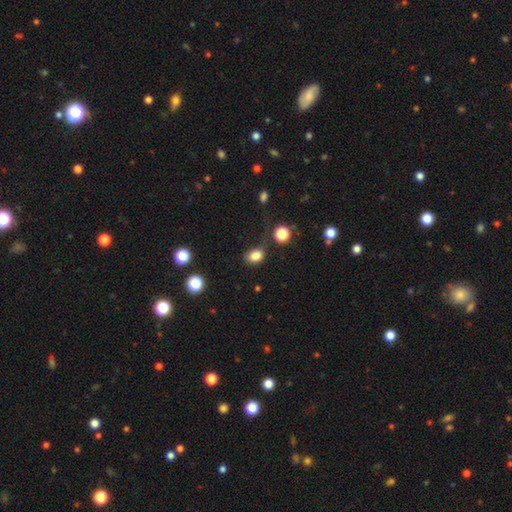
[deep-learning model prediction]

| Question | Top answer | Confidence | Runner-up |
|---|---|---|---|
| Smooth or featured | smooth | 83% | star or artifact (11%) |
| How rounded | in between | 70% | round (28%) |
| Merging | none | 69% | minor disturbance (19%) |